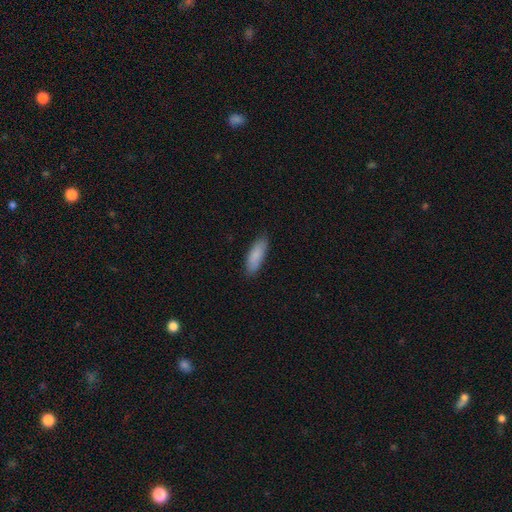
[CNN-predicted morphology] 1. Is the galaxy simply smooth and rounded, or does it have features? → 88% smooth, 7% featured or disk, 6% star or artifact.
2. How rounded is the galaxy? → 65% in between, 33% cigar-shaped, 2% round.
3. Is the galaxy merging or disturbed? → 86% none, 11% minor disturbance, 2% major disturbance, 1% merger.